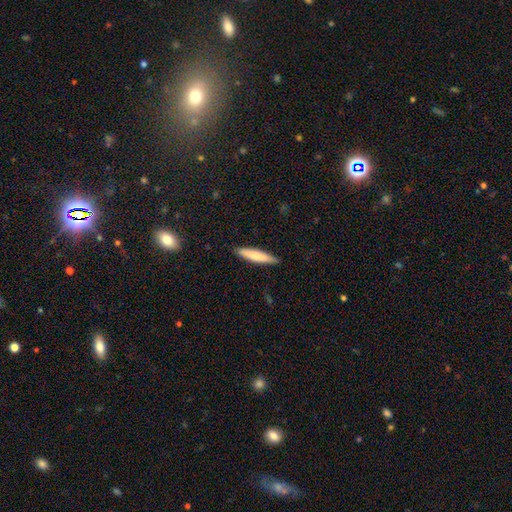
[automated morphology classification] Smooth or featured? Predicted: smooth (p=0.74). How rounded? Predicted: cigar-shaped (p=0.88). Merging? Predicted: none (p=0.88).